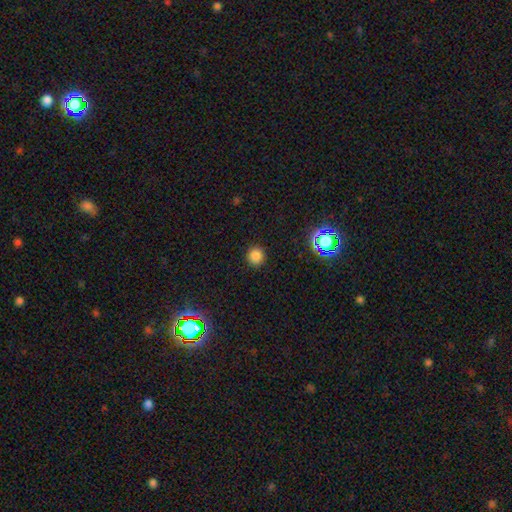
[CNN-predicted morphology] Smooth or featured: smooth — 80% (star or artifact — 16%)
How rounded: round — 89% (in between — 10%)
Merging: none — 91% (minor disturbance — 6%)